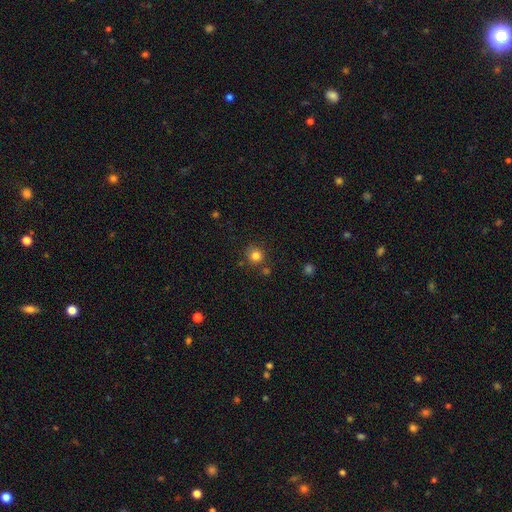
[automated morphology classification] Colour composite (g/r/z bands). It shows a smooth galaxy with no disk features (82%) that is round (91%). Merging: none (79%).